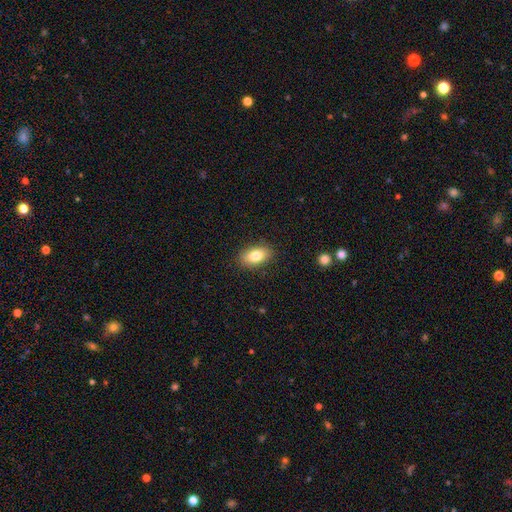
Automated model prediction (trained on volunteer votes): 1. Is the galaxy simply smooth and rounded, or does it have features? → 82% smooth, 11% featured or disk, 8% star or artifact.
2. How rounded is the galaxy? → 90% in between, 6% round, 4% cigar-shaped.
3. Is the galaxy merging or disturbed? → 88% none, 9% minor disturbance, 2% major disturbance, 1% merger.